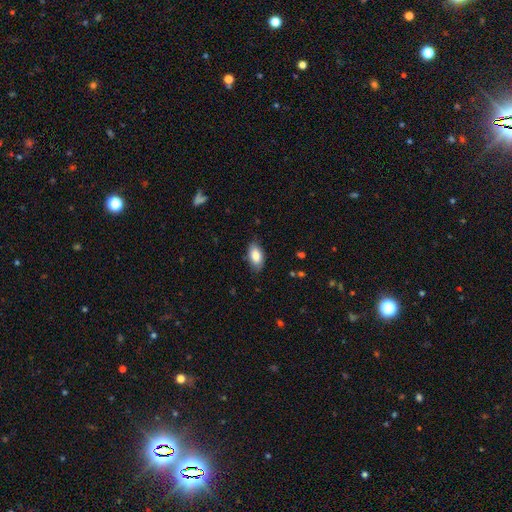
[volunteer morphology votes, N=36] smooth-or-featured: smooth: 86% | featured or disk: 8% | star or artifact: 6%
  how-rounded: in between: 97% | cigar-shaped: 3% | round: 0%
  merging: none: 59% | minor disturbance: 41% | major disturbance: 0% | merger: 0%